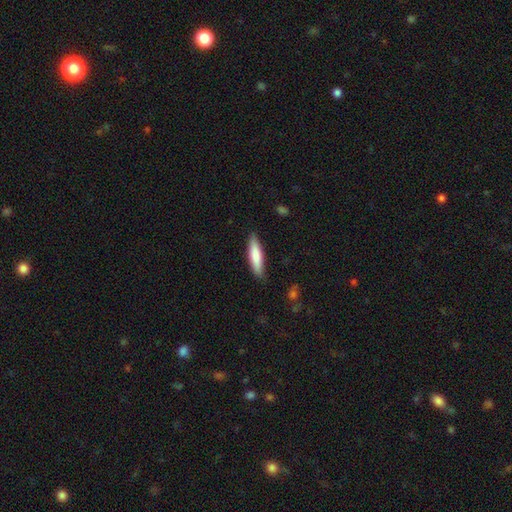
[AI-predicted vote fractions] Overall: smooth (79%). How rounded: cigar-shaped (75%). Merging: none (87%).